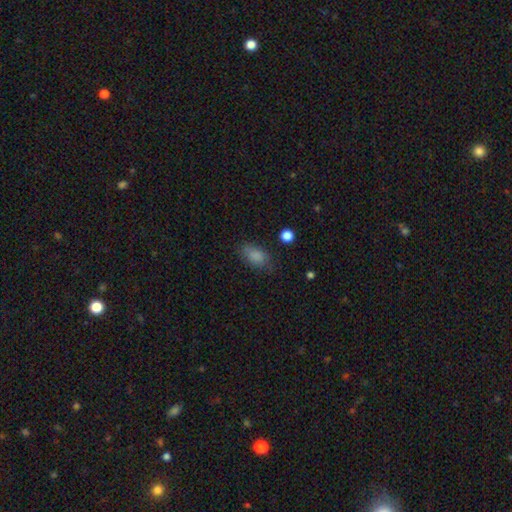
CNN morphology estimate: Smooth or featured?
  - smooth: 83% *
  - star or artifact: 11%
  - featured or disk: 6%
How rounded?
  - in between: 87% *
  - round: 10%
  - cigar-shaped: 3%
Merging?
  - none: 70% *
  - minor disturbance: 21%
  - major disturbance: 7%
  - merger: 2%